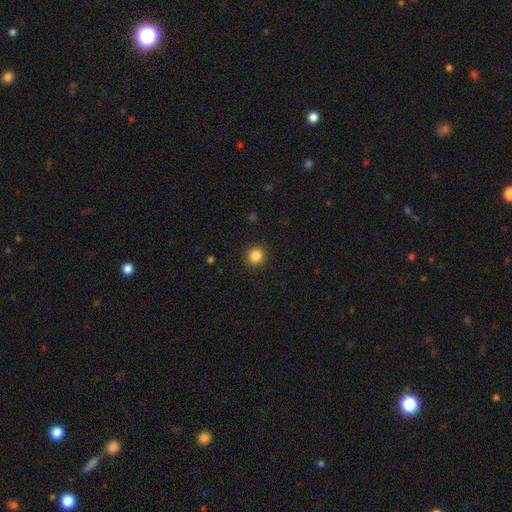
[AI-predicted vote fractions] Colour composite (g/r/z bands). It shows a smooth galaxy with no disk features (86%) that is round (92%). Merging: none (92%).